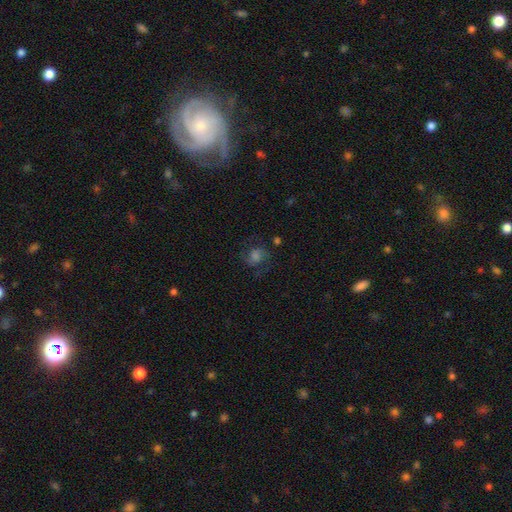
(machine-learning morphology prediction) type=featured or disk (47%); merging=none (68%).